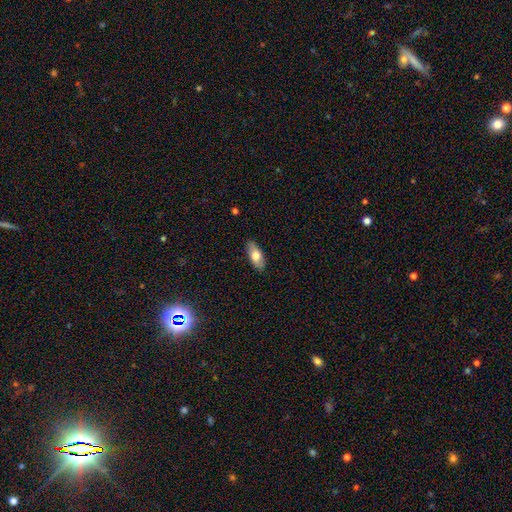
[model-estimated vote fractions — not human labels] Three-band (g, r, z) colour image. It shows a smooth galaxy with no disk features (72%) that is in between round and cigar-shaped (83%). Merging: none (86%).